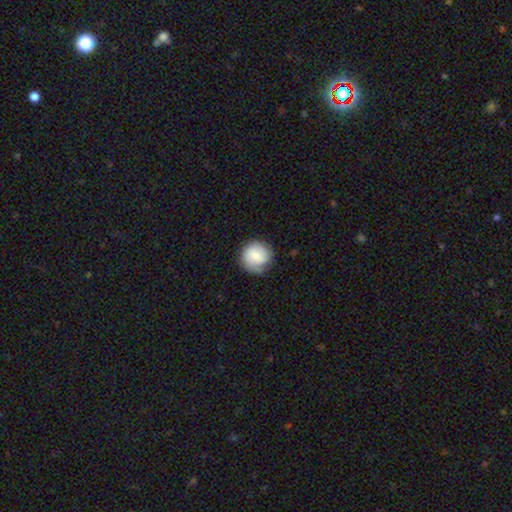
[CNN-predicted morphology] Smooth or featured: smooth — 66% (featured or disk — 27%)
How rounded: round — 91% (in between — 8%)
Merging: none — 74% (minor disturbance — 19%)